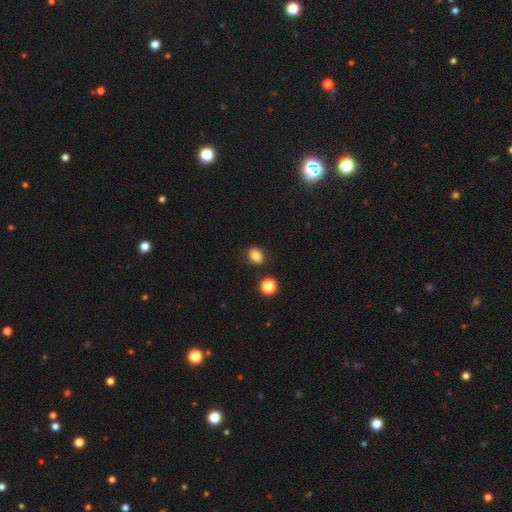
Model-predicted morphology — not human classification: A smooth galaxy with no disk features (82%) that is in between round and cigar-shaped (59%).

Vote fractions:
- Smooth or featured? smooth: 82% / star or artifact: 12% / featured or disk: 6%
- How rounded? in between: 59% / round: 40% / cigar-shaped: 1%
- Merging? none: 82% / minor disturbance: 11% / merger: 4% / major disturbance: 3%